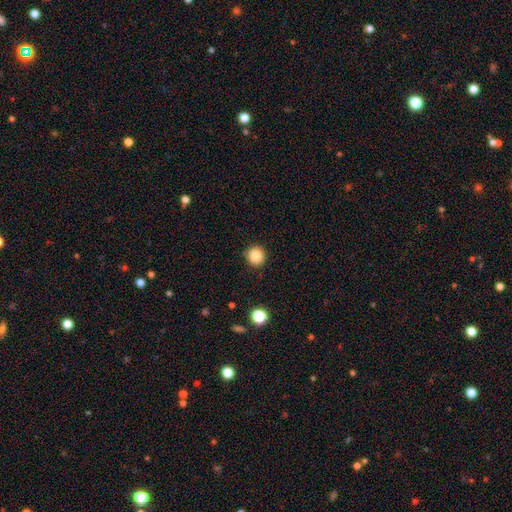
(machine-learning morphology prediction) Smooth or featured: smooth — 87% (star or artifact — 10%)
How rounded: round — 92% (in between — 7%)
Merging: none — 90% (minor disturbance — 6%)